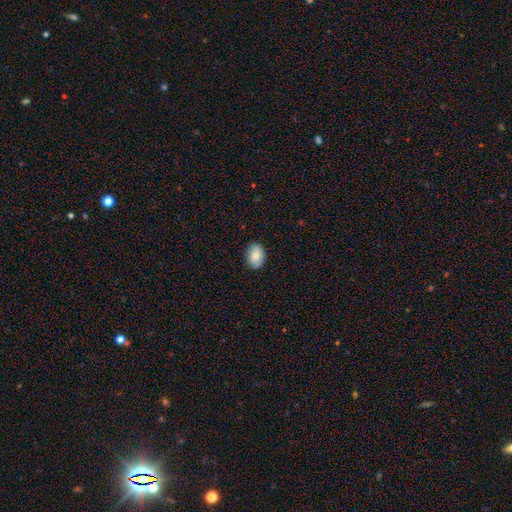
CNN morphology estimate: A smooth galaxy with no disk features (82%) that is in between round and cigar-shaped (79%).

Vote fractions:
- Smooth or featured? smooth: 82% / featured or disk: 11% / star or artifact: 7%
- How rounded? in between: 79% / round: 20% / cigar-shaped: 1%
- Merging? none: 87% / minor disturbance: 10% / major disturbance: 2% / merger: 1%